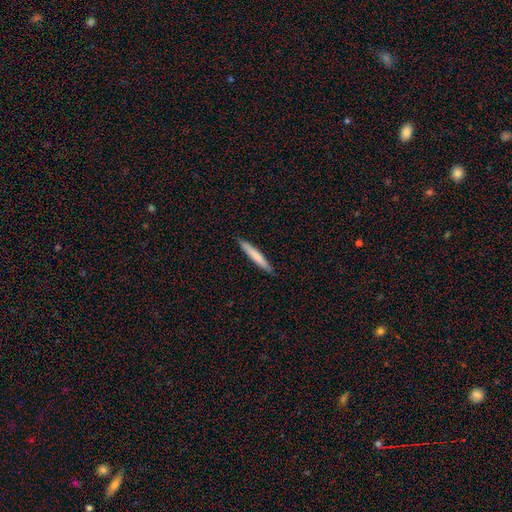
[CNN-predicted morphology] This appears to be a smooth galaxy with no disk features (75%) that is cigar-shaped (95%). Merging: none (90%).